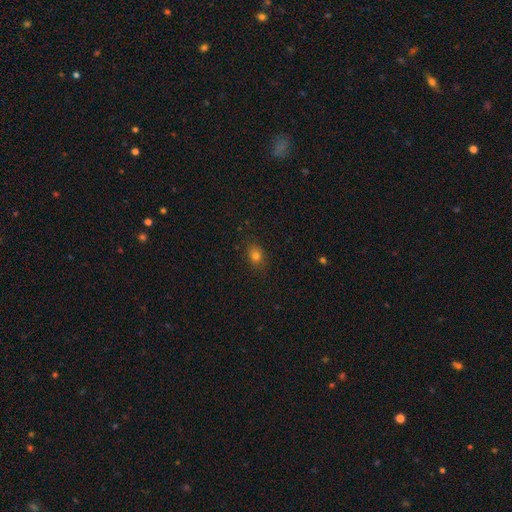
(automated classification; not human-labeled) smooth_or_featured: smooth (p=0.78) [alt: star or artifact p=0.14]
how_rounded: in between (p=0.65) [alt: round p=0.33]
merging: none (p=0.83) [alt: minor disturbance p=0.13]